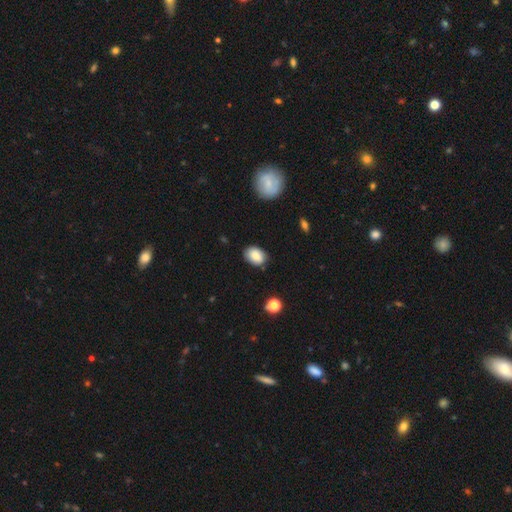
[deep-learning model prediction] smooth 82%, featured or disk 10%, star or artifact 8%. Down the decision tree: how rounded — in between (78%); merging — none (79%).